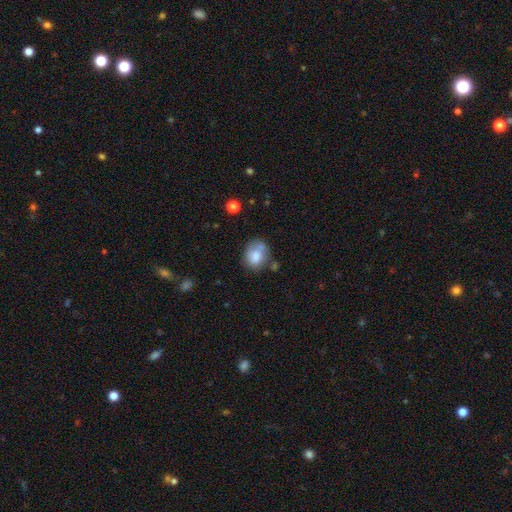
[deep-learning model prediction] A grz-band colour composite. It shows a smooth galaxy with no disk features (75%) that is round (51%). Merging: none (48%).